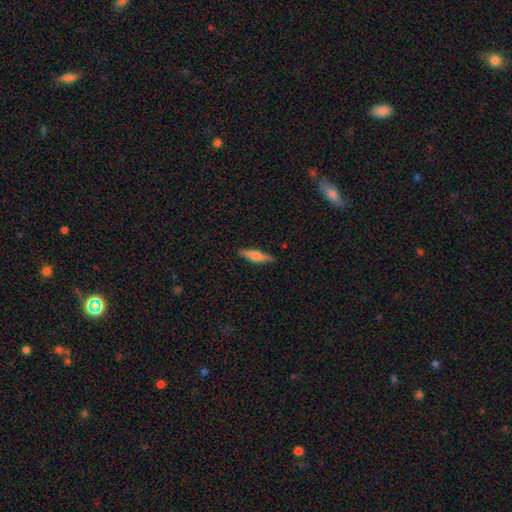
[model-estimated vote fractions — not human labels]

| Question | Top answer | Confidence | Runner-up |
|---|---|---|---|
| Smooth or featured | smooth | 54% | featured or disk (40%) |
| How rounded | cigar-shaped | 75% | in between (23%) |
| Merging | none | 87% | minor disturbance (9%) |